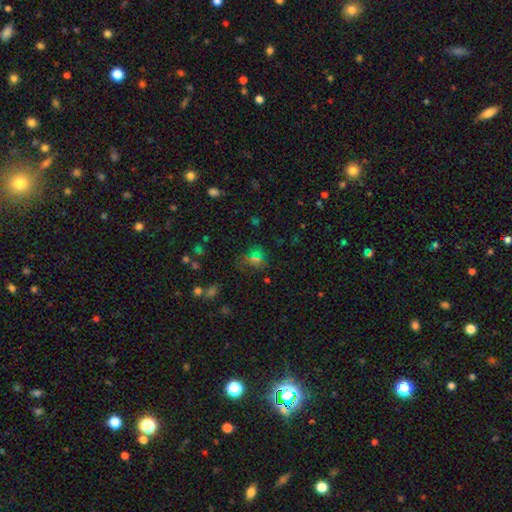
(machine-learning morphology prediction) Smooth or featured?
  - smooth: 52% *
  - star or artifact: 39%
  - featured or disk: 10%
How rounded?
  - round: 69% *
  - in between: 29%
  - cigar-shaped: 2%
Merging?
  - none: 64% *
  - minor disturbance: 17%
  - major disturbance: 11%
  - merger: 8%